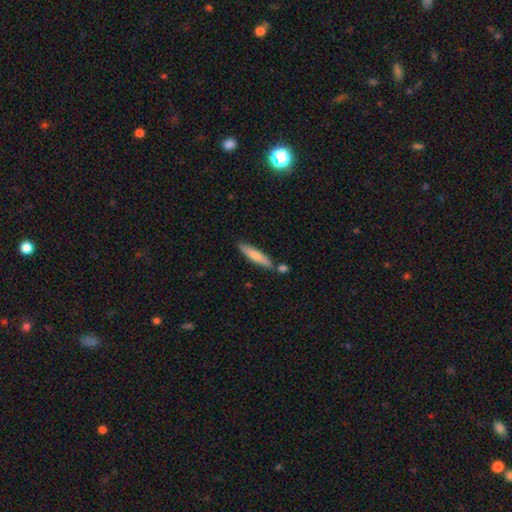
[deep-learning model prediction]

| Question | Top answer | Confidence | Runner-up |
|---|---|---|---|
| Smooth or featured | smooth | 71% | featured or disk (24%) |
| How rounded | cigar-shaped | 84% | in between (15%) |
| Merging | none | 72% | minor disturbance (13%) |